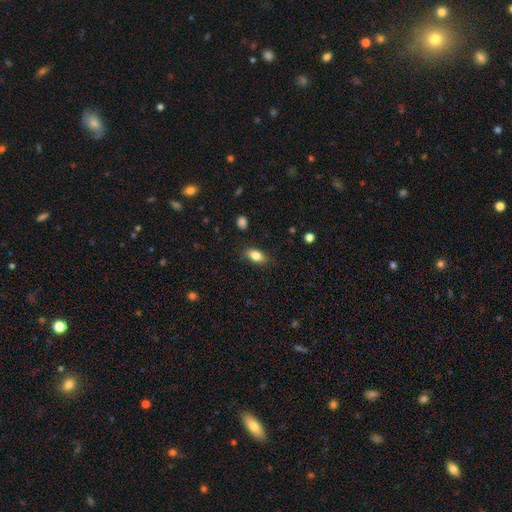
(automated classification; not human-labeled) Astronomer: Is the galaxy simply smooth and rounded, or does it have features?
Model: smooth — 83%.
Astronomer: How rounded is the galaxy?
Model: in between — 87%.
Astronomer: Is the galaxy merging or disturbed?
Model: none — 84%.